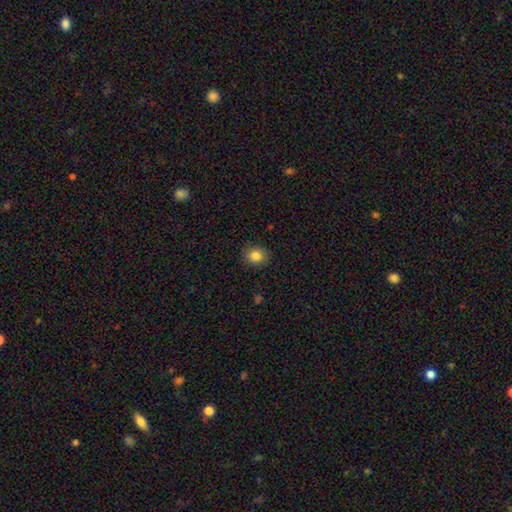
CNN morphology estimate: This is clearly a smooth galaxy (84%). How rounded: likely round (79%). Merging: clearly none (90%).